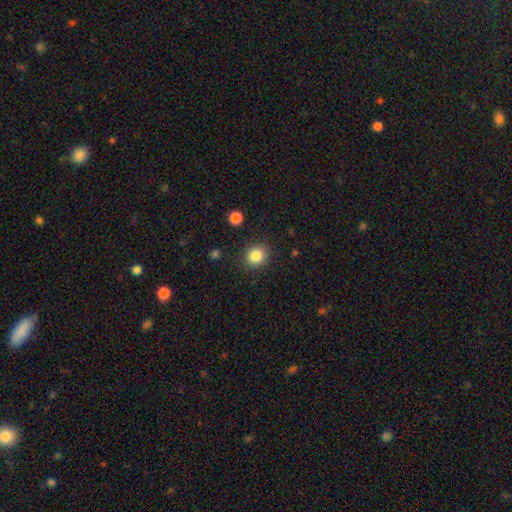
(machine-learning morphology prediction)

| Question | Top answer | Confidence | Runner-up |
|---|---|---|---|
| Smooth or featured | smooth | 85% | star or artifact (10%) |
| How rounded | round | 84% | in between (15%) |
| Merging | none | 88% | minor disturbance (7%) |